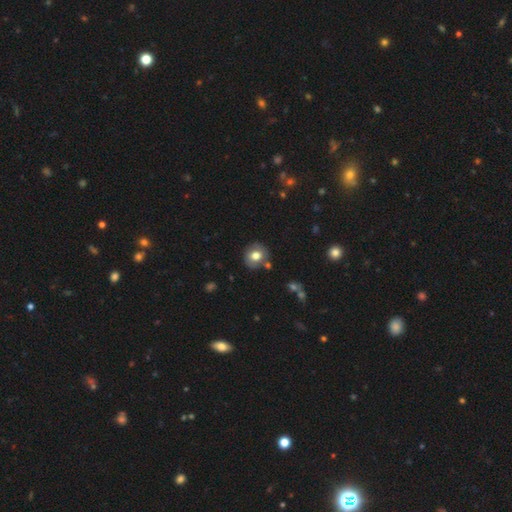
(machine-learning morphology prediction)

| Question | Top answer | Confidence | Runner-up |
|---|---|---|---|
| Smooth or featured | smooth | 73% | featured or disk (17%) |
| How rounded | round | 84% | in between (16%) |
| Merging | none | 81% | minor disturbance (11%) |